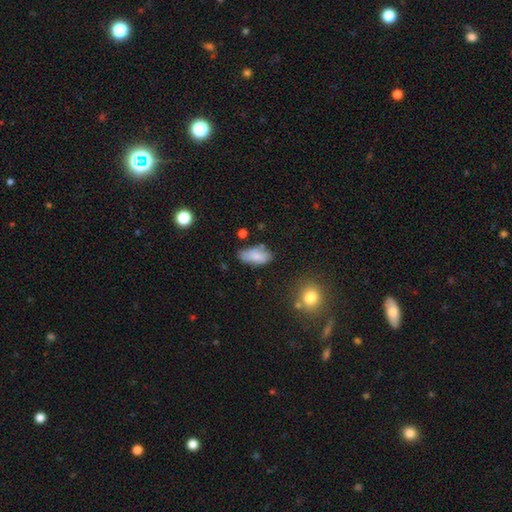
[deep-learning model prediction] smooth-or-featured: smooth: 79% | featured or disk: 14% | star or artifact: 8%
  how-rounded: in between: 90% | cigar-shaped: 7% | round: 3%
  merging: none: 65% | minor disturbance: 23% | merger: 6% | major disturbance: 6%